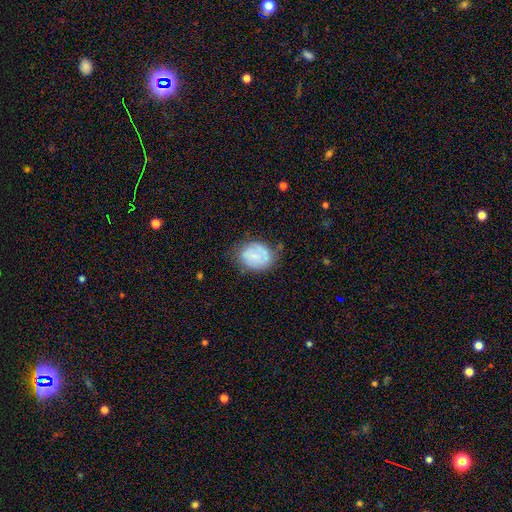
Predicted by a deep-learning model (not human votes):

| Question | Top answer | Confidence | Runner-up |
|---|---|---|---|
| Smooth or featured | smooth | 55% | featured or disk (37%) |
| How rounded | in between | 55% | round (44%) |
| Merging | none | 55% | minor disturbance (30%) |